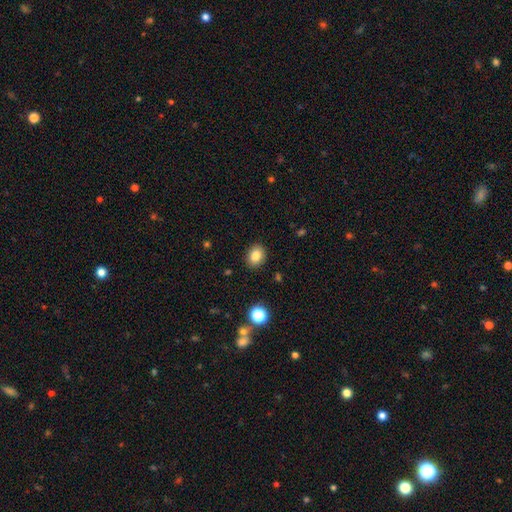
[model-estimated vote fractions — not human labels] This appears to be a smooth galaxy with no disk features (83%) that is in between round and cigar-shaped (52%). Merging: none (89%).